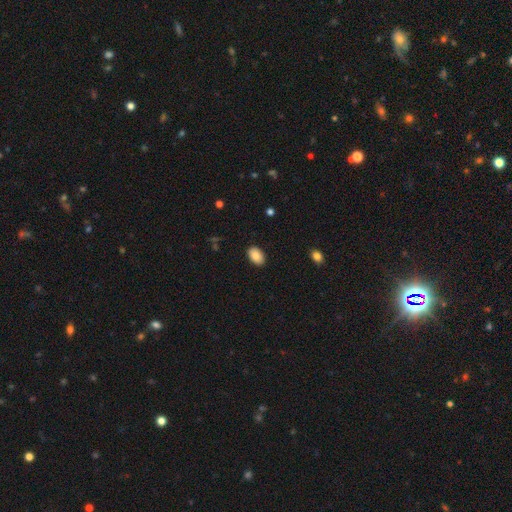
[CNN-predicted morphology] This is clearly a smooth galaxy (85%). How rounded: clearly in between (89%). Merging: clearly none (89%).